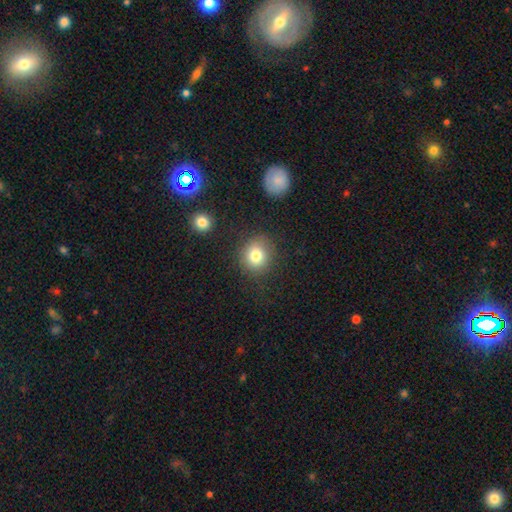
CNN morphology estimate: type=smooth (80%); roundness=round (80%); merging=none (82%).